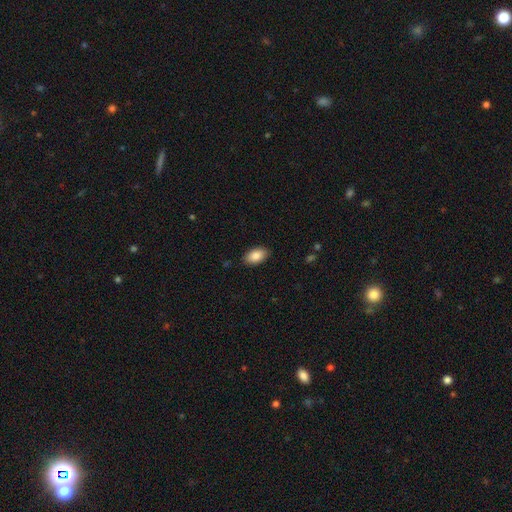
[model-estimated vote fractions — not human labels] smooth_or_featured: smooth (p=0.87) [alt: star or artifact p=0.07]
how_rounded: in between (p=0.94) [alt: round p=0.04]
merging: none (p=0.88) [alt: minor disturbance p=0.09]